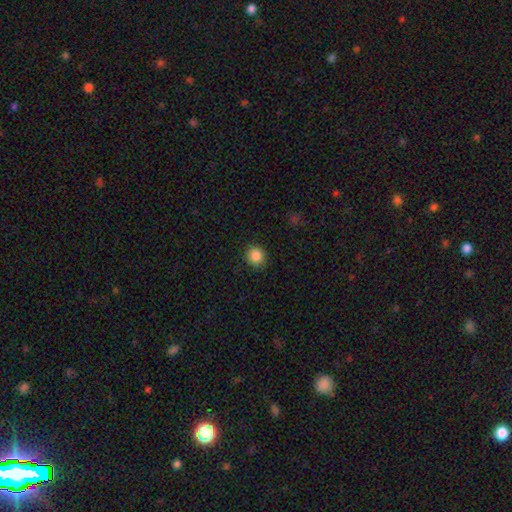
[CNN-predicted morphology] Q: Smooth or featured?
A: smooth (86%); runner-up: star or artifact (10%)
Q: How rounded?
A: round (85%); runner-up: in between (14%)
Q: Merging?
A: none (90%); runner-up: minor disturbance (7%)